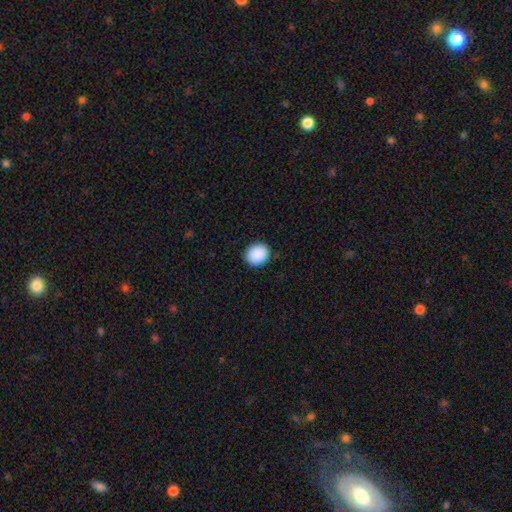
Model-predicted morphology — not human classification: Q: Smooth or featured?
A: smooth (90%); runner-up: star or artifact (7%)
Q: How rounded?
A: round (72%); runner-up: in between (27%)
Q: Merging?
A: none (89%); runner-up: minor disturbance (8%)